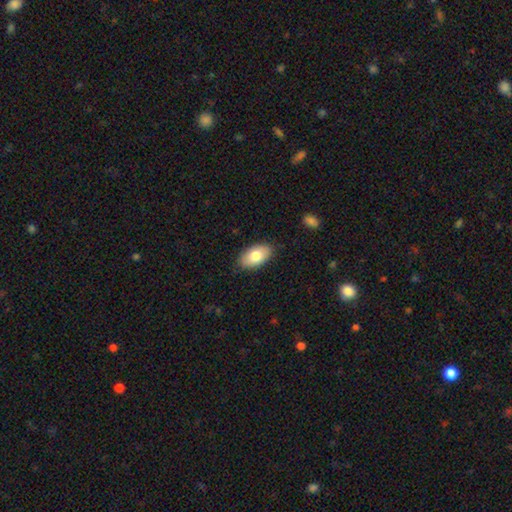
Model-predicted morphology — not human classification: smooth-or-featured: smooth: 78% | featured or disk: 15% | star or artifact: 6%
  how-rounded: in between: 94% | round: 4% | cigar-shaped: 2%
  merging: none: 84% | minor disturbance: 12% | major disturbance: 2% | merger: 1%